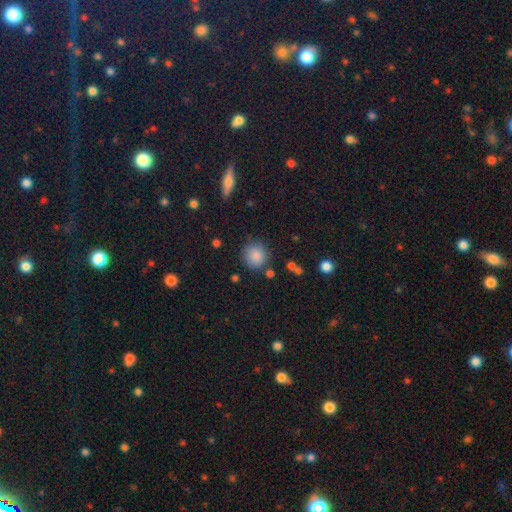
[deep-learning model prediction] Smooth or featured: smooth — 86% (star or artifact — 9%)
How rounded: round — 88% (in between — 11%)
Merging: none — 81% (minor disturbance — 12%)